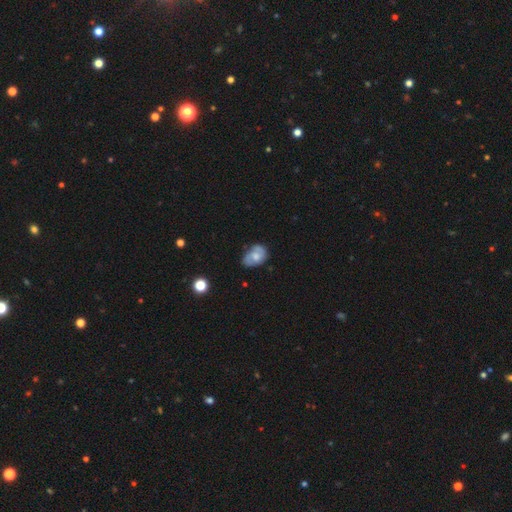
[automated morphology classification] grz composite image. It shows a smooth galaxy with no disk features (52%) that is in between round and cigar-shaped (82%). Merging: none (51%).